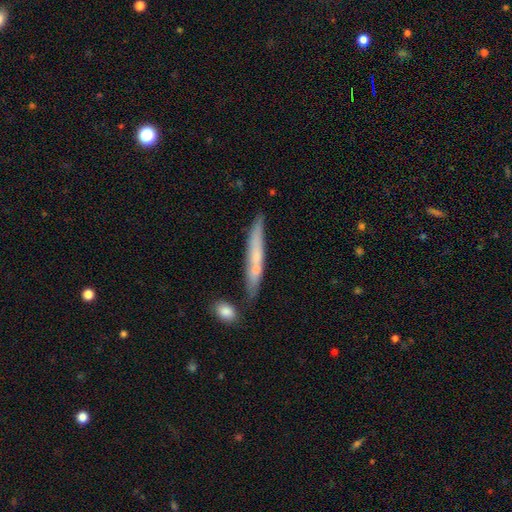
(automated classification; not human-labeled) The model was most divided on "smooth or featured": smooth: 50%, featured or disk: 43%, star or artifact: 7%. More confident: how rounded — cigar-shaped (94%); merging — none (73%).